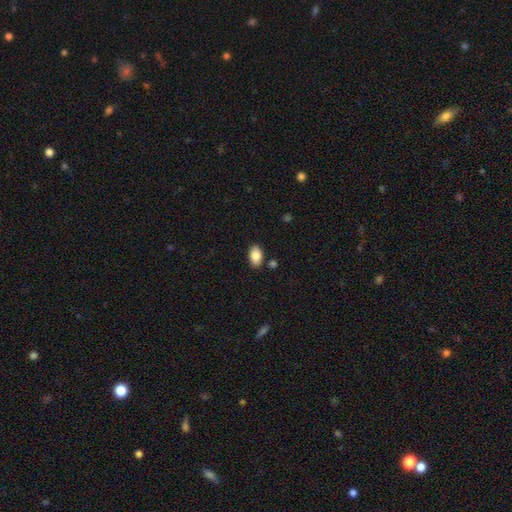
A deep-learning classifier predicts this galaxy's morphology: Smooth or featured? smooth (85%)
How rounded? in between (91%)
Merging? none (85%)